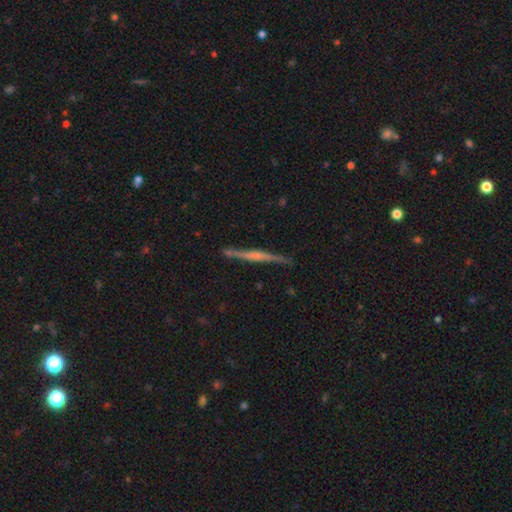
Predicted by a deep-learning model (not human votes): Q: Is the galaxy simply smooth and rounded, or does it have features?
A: featured or disk — 75%.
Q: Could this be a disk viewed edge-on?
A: yes — 97%.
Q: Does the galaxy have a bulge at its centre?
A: rounded — 57%.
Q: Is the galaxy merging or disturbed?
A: none — 85%.